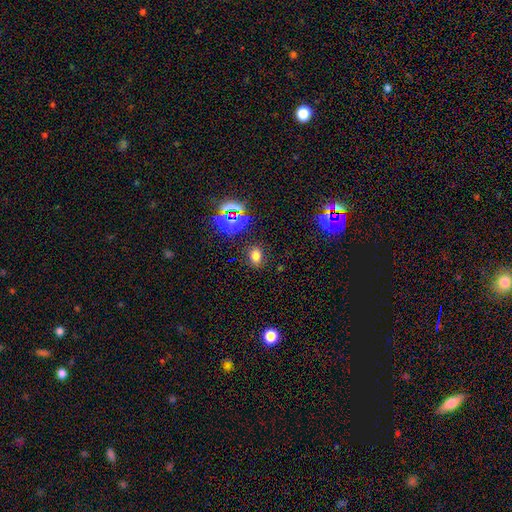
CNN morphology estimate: Q: Smooth or featured?
A: smooth (68%); runner-up: star or artifact (25%)
Q: How rounded?
A: in between (70%); runner-up: round (29%)
Q: Merging?
A: none (84%); runner-up: minor disturbance (10%)